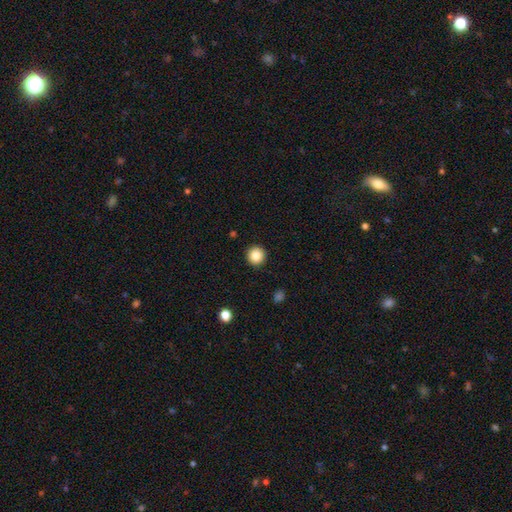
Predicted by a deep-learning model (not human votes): Smooth or featured? smooth (85%)
How rounded? round (95%)
Merging? none (93%)